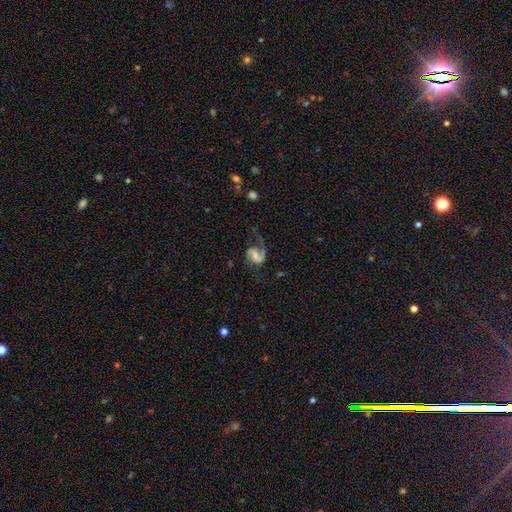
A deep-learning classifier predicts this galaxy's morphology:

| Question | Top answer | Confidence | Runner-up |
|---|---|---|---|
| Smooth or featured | featured or disk | 80% | smooth (13%) |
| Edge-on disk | no | 98% | yes (2%) |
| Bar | weak | 47% | no (35%) |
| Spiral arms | yes | 95% | no (5%) |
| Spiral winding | medium | 44% | tied: loose (44%) |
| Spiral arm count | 2 | 69% | 1 (26%) |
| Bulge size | small | 38% | moderate (34%) |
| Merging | none | 50% | major disturbance (28%) |